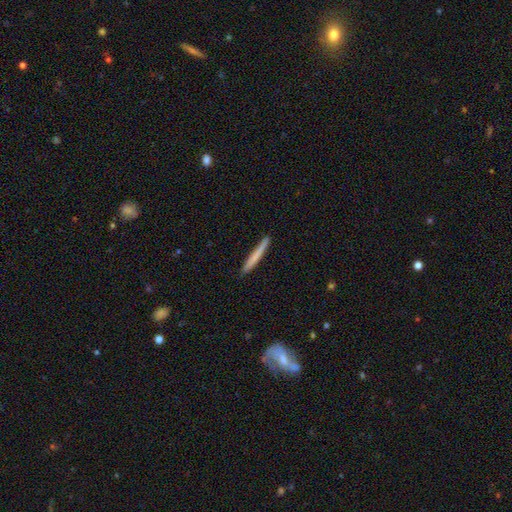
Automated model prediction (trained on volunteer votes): Smooth or featured? smooth (68%)
How rounded? cigar-shaped (97%)
Merging? none (91%)